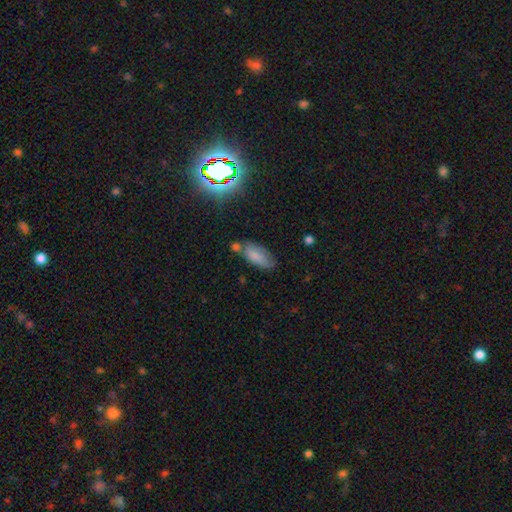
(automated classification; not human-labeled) Smooth or featured?
  - smooth: 77% *
  - featured or disk: 13%
  - star or artifact: 10%
How rounded?
  - in between: 86% *
  - cigar-shaped: 12%
  - round: 3%
Merging?
  - none: 54% *
  - minor disturbance: 24%
  - merger: 14%
  - major disturbance: 7%